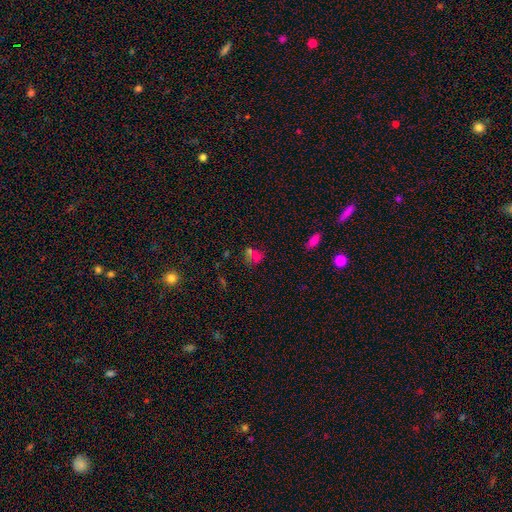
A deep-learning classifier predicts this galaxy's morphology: smooth 54%, star or artifact 31%, featured or disk 15%. Down the decision tree: how rounded — round (58%); merging — none (47%).